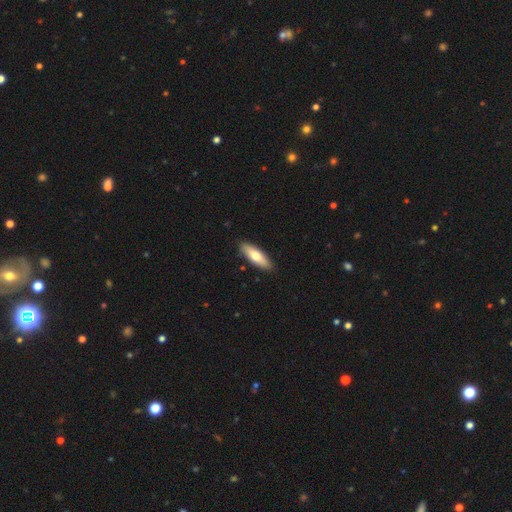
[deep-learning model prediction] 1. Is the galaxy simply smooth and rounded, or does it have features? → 69% smooth, 26% featured or disk, 5% star or artifact.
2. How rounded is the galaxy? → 51% in between, 48% cigar-shaped, 2% round.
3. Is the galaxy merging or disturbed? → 89% none, 9% minor disturbance, 2% major disturbance, 1% merger.